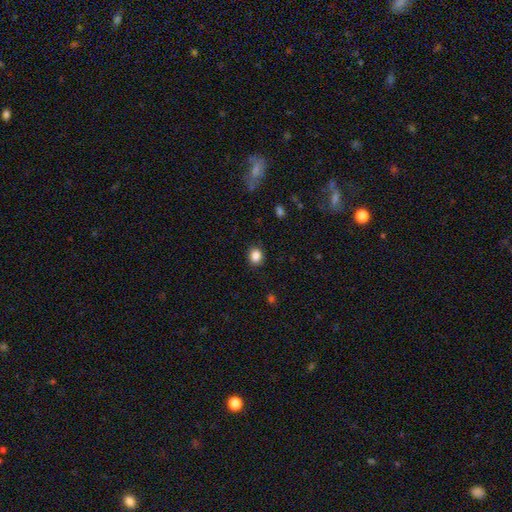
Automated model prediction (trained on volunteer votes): The model was most divided on "how rounded": round: 56%, in between: 43%, cigar-shaped: 1%. More confident: merging — none (87%); smooth or featured — smooth (87%).